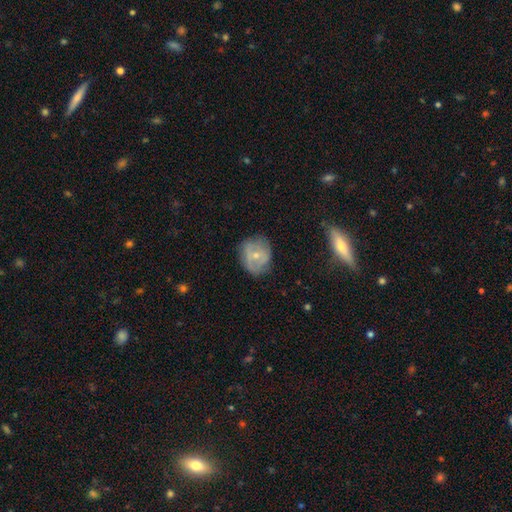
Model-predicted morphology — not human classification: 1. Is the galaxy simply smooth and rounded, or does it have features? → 47% featured or disk, 45% smooth, 8% star or artifact.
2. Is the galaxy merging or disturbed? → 65% none, 25% minor disturbance, 9% major disturbance, 2% merger.